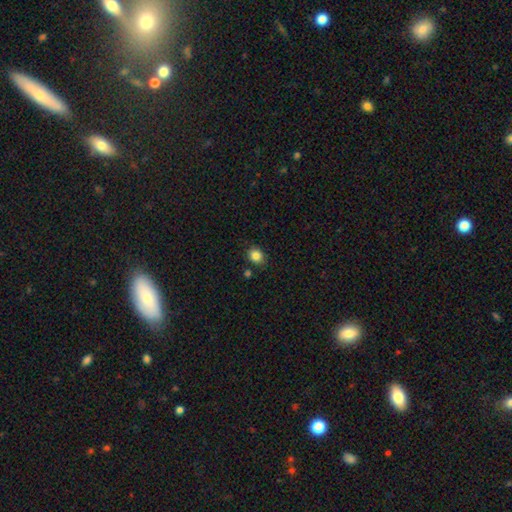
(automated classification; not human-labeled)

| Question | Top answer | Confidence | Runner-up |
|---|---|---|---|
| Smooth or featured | smooth | 84% | star or artifact (11%) |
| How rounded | round | 66% | in between (33%) |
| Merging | none | 83% | minor disturbance (10%) |